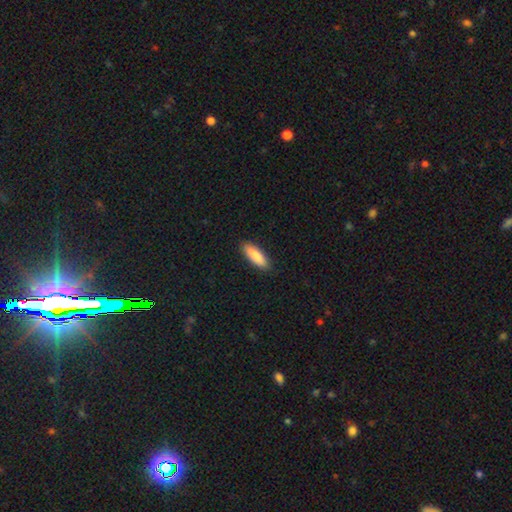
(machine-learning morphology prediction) A smooth galaxy with no disk features (88%) that is in between round and cigar-shaped (53%). Merging: none (89%).